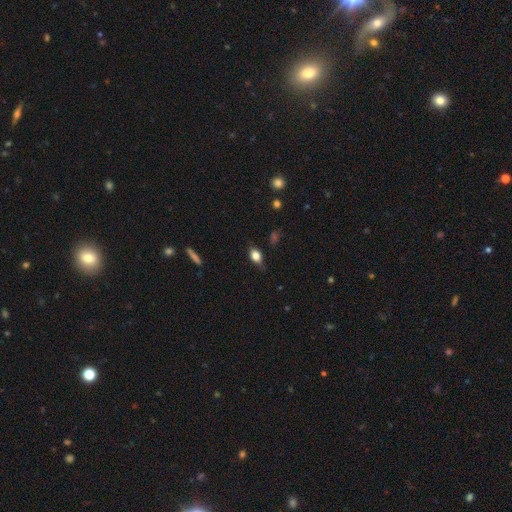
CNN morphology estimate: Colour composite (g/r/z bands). It shows a smooth galaxy with no disk features (76%) that is in between round and cigar-shaped (77%). Merging: none (72%).